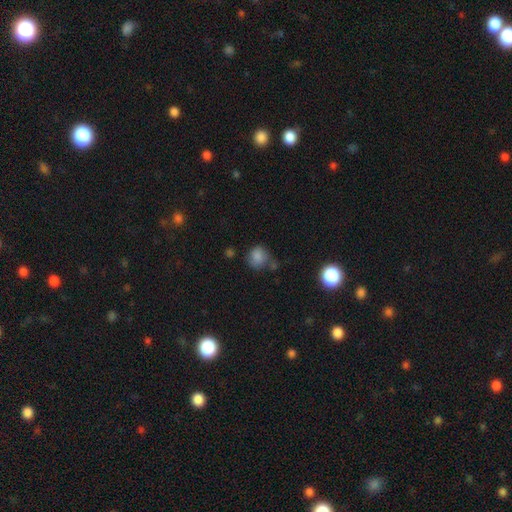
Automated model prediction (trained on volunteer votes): smooth 75%, star or artifact 16%, featured or disk 9%. Down the decision tree: how rounded — round (73%); merging — none (58%).